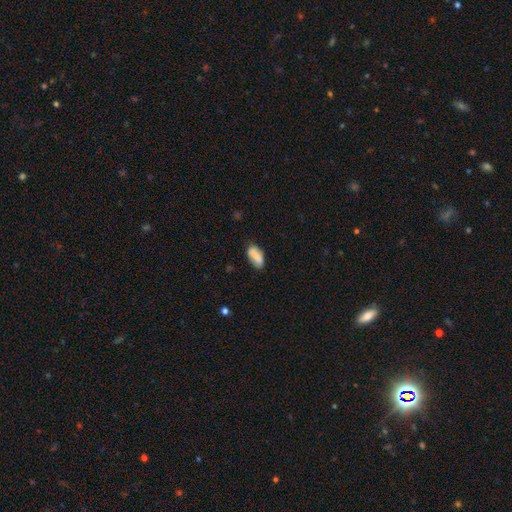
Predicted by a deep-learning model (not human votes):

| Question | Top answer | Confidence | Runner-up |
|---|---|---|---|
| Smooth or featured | smooth | 73% | featured or disk (20%) |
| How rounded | in between | 87% | cigar-shaped (9%) |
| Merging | none | 75% | minor disturbance (18%) |